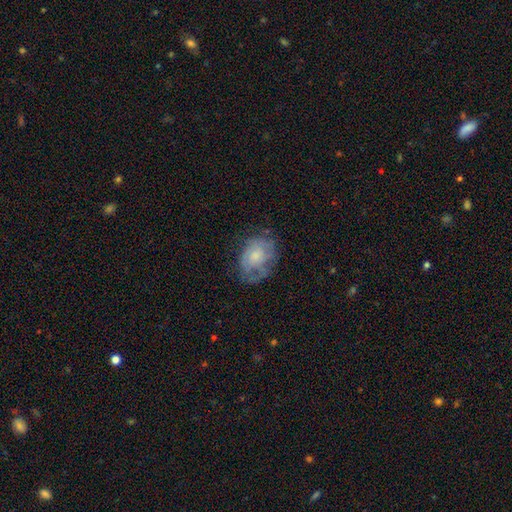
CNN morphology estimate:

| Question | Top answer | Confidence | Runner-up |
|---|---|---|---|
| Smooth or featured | featured or disk | 47% | smooth (45%) |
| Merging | none | 53% | minor disturbance (28%) |